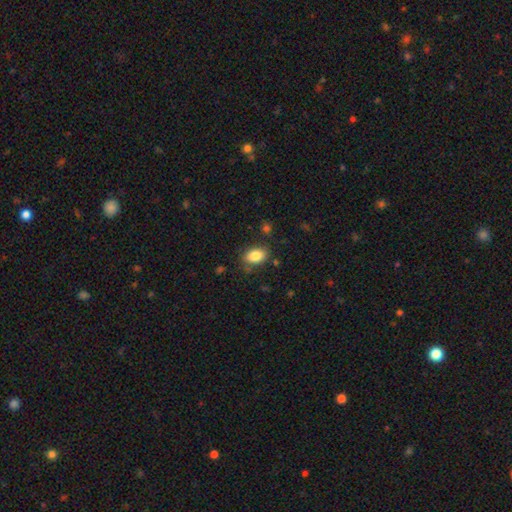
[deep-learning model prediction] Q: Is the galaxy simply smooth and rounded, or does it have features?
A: smooth — 85%.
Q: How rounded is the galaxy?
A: in between — 86%.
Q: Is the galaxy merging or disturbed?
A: none — 80%.